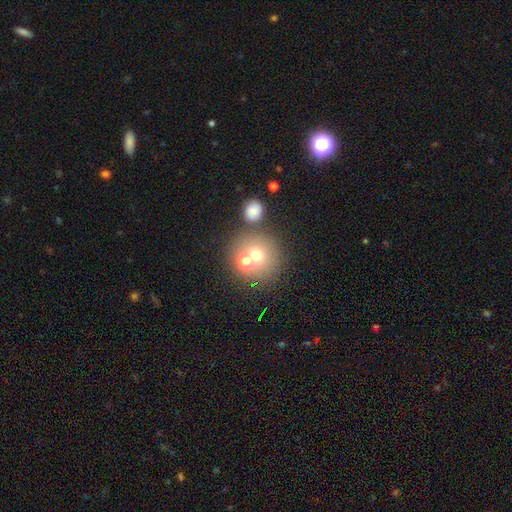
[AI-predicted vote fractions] smooth-or-featured: smooth: 63% | featured or disk: 20% | star or artifact: 17%
  how-rounded: round: 89% | in between: 10% | cigar-shaped: 1%
  merging: none: 54% | merger: 34% | minor disturbance: 7% | major disturbance: 4%